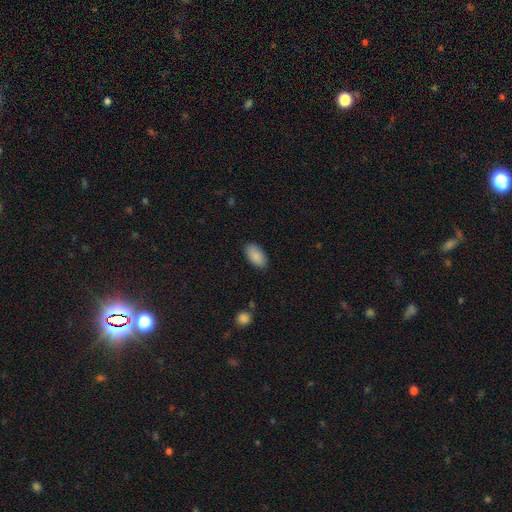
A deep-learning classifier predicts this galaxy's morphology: Q: Smooth or featured?
A: smooth (89%); runner-up: star or artifact (6%)
Q: How rounded?
A: in between (95%); runner-up: round (3%)
Q: Merging?
A: none (86%); runner-up: minor disturbance (10%)